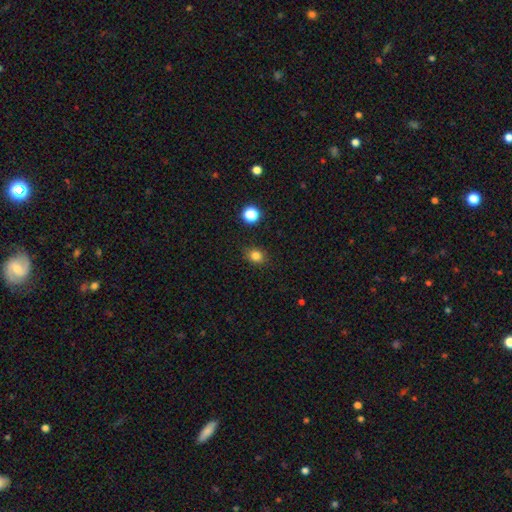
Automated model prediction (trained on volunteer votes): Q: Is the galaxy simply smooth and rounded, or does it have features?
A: smooth — 81%.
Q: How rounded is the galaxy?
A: round — 57%.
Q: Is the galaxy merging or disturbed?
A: none — 85%.